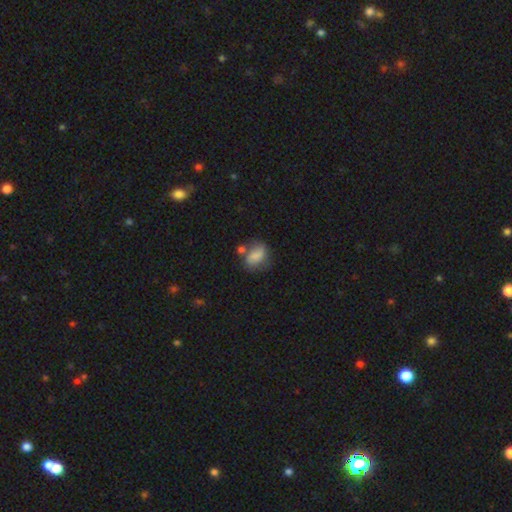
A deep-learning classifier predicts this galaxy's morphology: smooth 75%, featured or disk 16%, star or artifact 9%. Down the decision tree: how rounded — in between (77%); merging — none (46%).